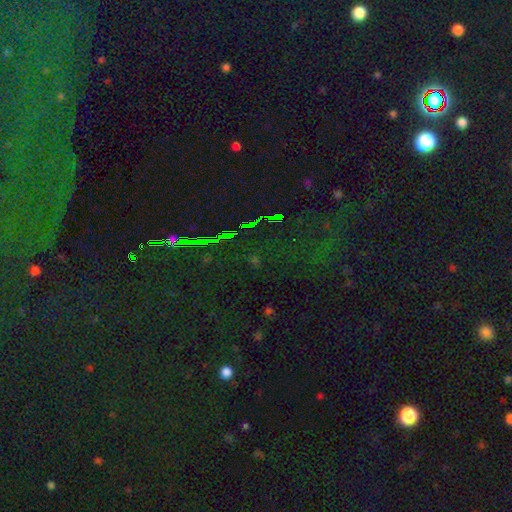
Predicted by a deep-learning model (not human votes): A star or artifact, not a galaxy (79%).

Vote fractions:
- Smooth or featured? star or artifact: 79% / smooth: 12% / featured or disk: 9%